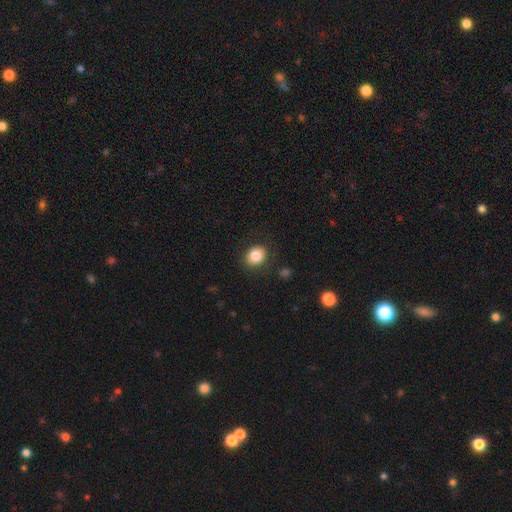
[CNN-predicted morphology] A smooth galaxy with no disk features (85%) that is round (64%).

Vote fractions:
- Smooth or featured? smooth: 85% / star or artifact: 9% / featured or disk: 6%
- How rounded? round: 64% / in between: 35% / cigar-shaped: 1%
- Merging? none: 86% / minor disturbance: 9% / major disturbance: 3% / merger: 1%